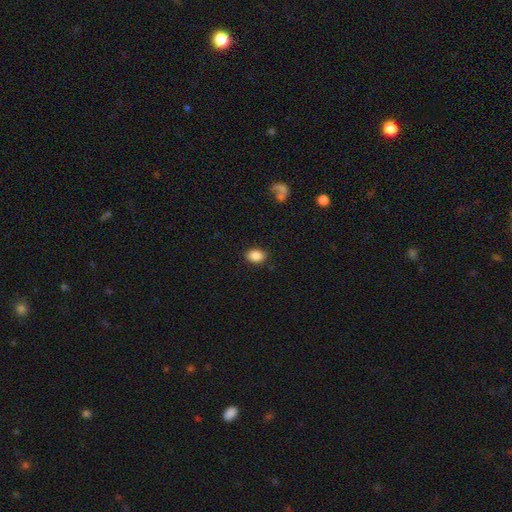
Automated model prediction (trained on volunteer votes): Smooth or featured?
  - smooth: 87% *
  - star or artifact: 8%
  - featured or disk: 5%
How rounded?
  - in between: 74% *
  - round: 25%
  - cigar-shaped: 1%
Merging?
  - none: 88% *
  - minor disturbance: 8%
  - major disturbance: 2%
  - merger: 1%